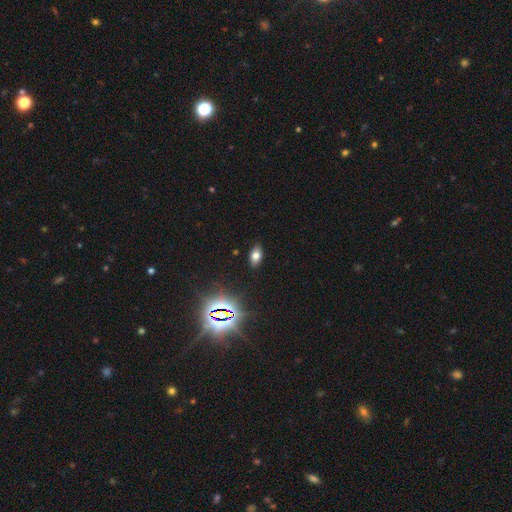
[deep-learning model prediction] A smooth galaxy with no disk features (67%) that is in between round and cigar-shaped (89%). Merging: none (88%).